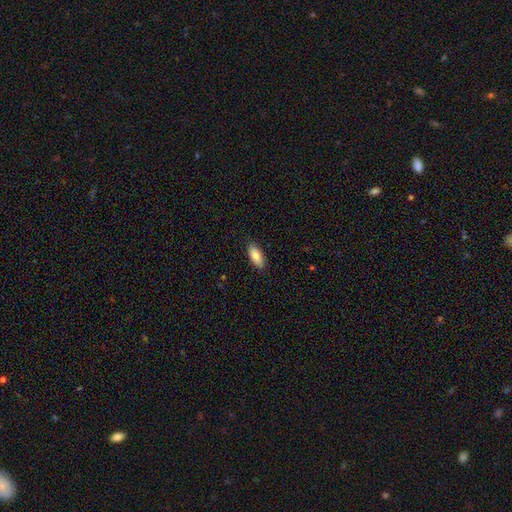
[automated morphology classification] A smooth galaxy with no disk features (84%) that is in between round and cigar-shaped (84%). Merging: none (89%).